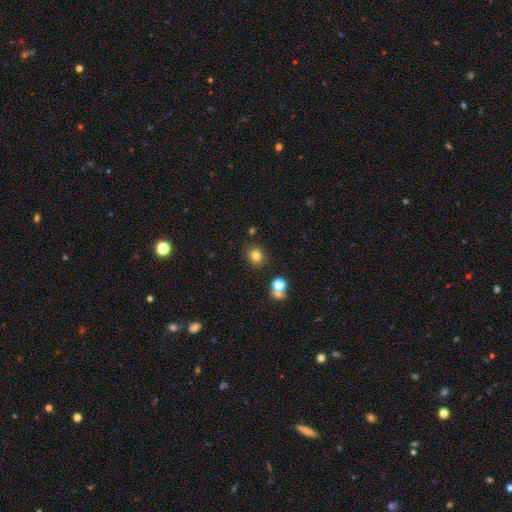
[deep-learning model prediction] Smooth or featured? Predicted: smooth (p=0.80). How rounded? Predicted: round (p=0.78). Merging? Predicted: none (p=0.84).